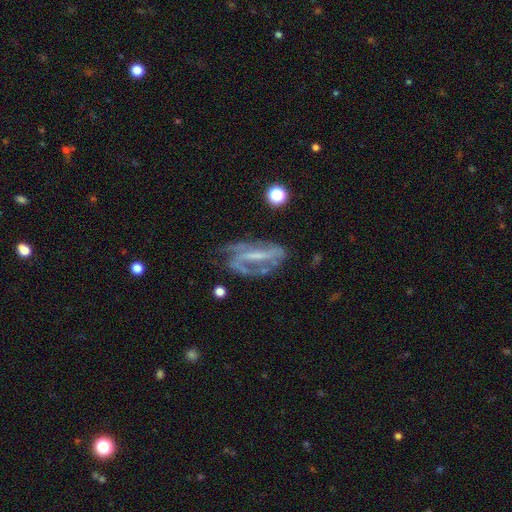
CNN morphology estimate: Smooth or featured? featured or disk (79%)
Edge-on disk? no (90%)
Bar? strong (48%)
Spiral arms? yes (85%)
Spiral winding? medium (43%)
Spiral arm count? 2 (58%)
Bulge size? small (40%)
Merging? none (52%)